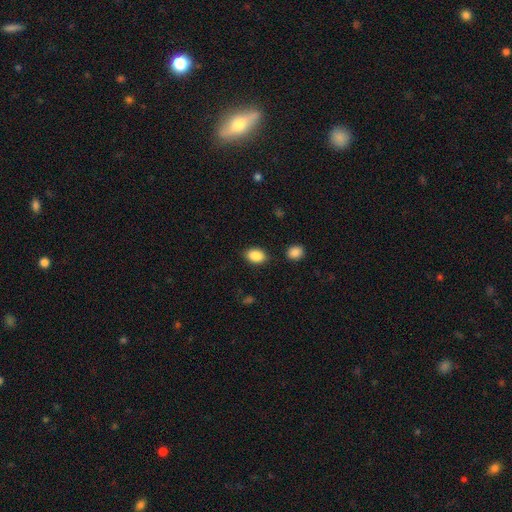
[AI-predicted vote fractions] Smooth or featured? Predicted: smooth (p=0.88). How rounded? Predicted: in between (p=0.83). Merging? Predicted: none (p=0.84).